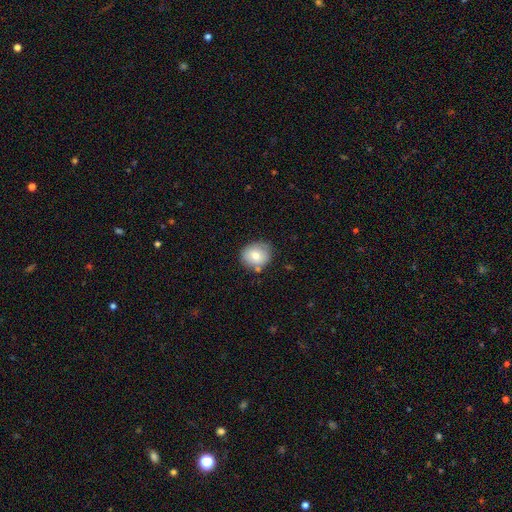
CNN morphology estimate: type=smooth (74%); roundness=round (73%); merging=none (75%).